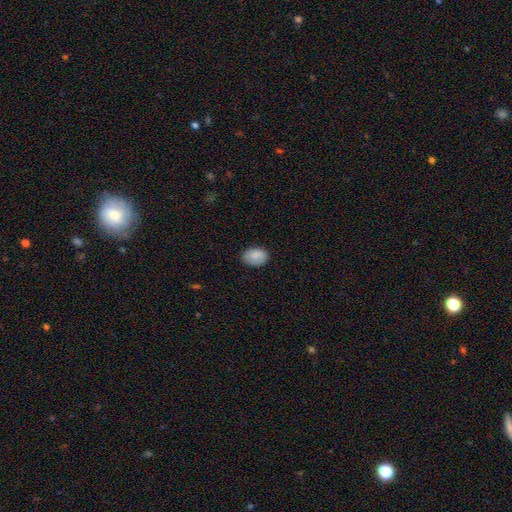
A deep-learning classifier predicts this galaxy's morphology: smooth_or_featured: smooth (p=0.88) [alt: star or artifact p=0.07]
how_rounded: in between (p=0.80) [alt: round p=0.19]
merging: none (p=0.84) [alt: minor disturbance p=0.13]